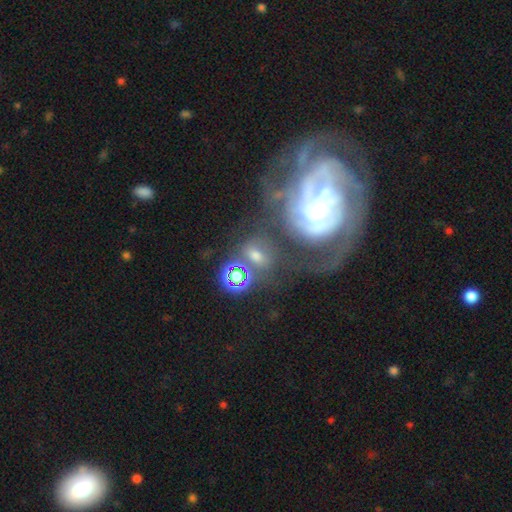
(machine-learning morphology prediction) smooth 42%, featured or disk 37%, star or artifact 21%. Down the decision tree: merging — none (49%).